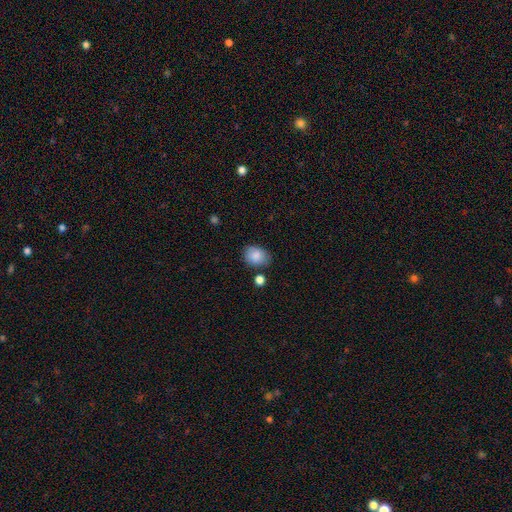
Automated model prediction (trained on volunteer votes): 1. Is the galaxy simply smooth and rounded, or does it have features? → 86% smooth, 8% star or artifact, 7% featured or disk.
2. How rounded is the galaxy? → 60% in between, 39% round, 1% cigar-shaped.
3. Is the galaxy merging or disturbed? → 71% none, 19% minor disturbance, 5% merger, 5% major disturbance.